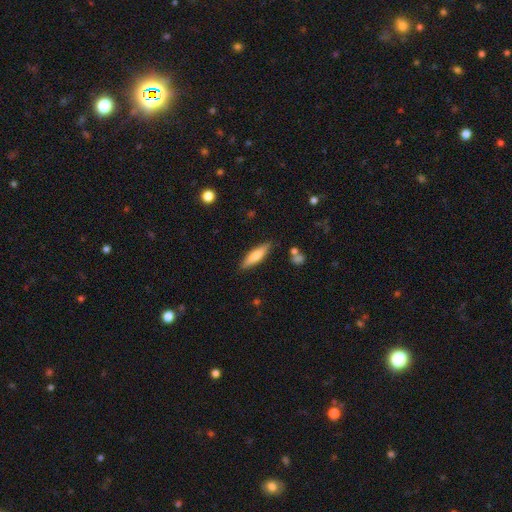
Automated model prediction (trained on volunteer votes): Q: Smooth or featured?
A: smooth (68%); runner-up: featured or disk (25%)
Q: How rounded?
A: cigar-shaped (68%); runner-up: in between (30%)
Q: Merging?
A: none (85%); runner-up: minor disturbance (11%)